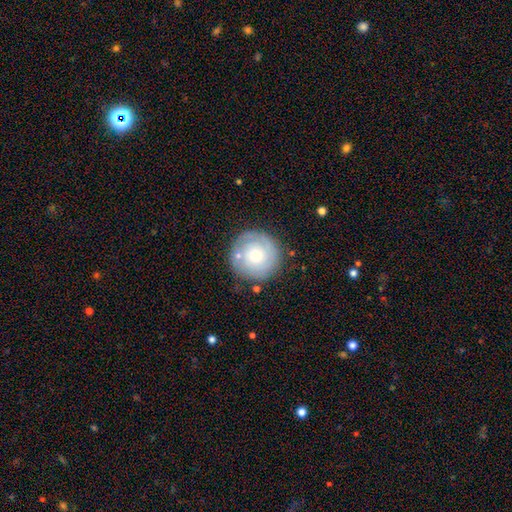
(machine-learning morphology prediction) featured or disk 57%, smooth 37%, star or artifact 6%. Down the decision tree: edge-on disk — no (98%); bar — no (83%); spiral arms — yes (77%); bulge size — moderate (51%); merging — none (81%).